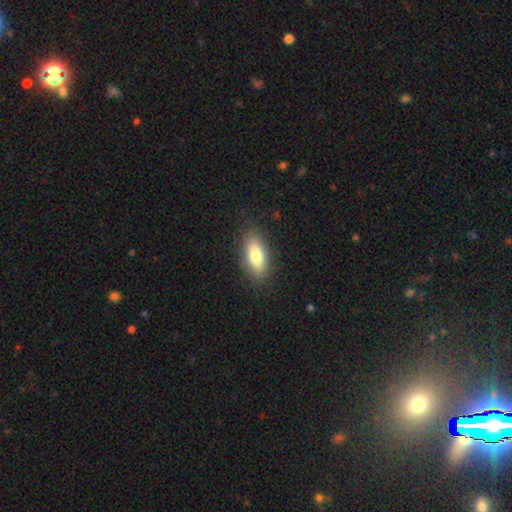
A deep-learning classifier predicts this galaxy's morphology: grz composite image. It shows a smooth galaxy with no disk features (78%) that is in between round and cigar-shaped (79%). Merging: none (86%).